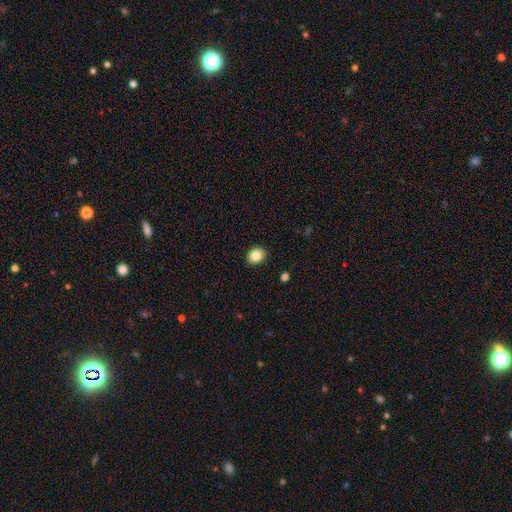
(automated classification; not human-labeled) smooth-or-featured: smooth: 86% | star or artifact: 9% | featured or disk: 5%
  how-rounded: round: 65% | in between: 34% | cigar-shaped: 1%
  merging: none: 90% | minor disturbance: 7% | major disturbance: 2% | merger: 1%